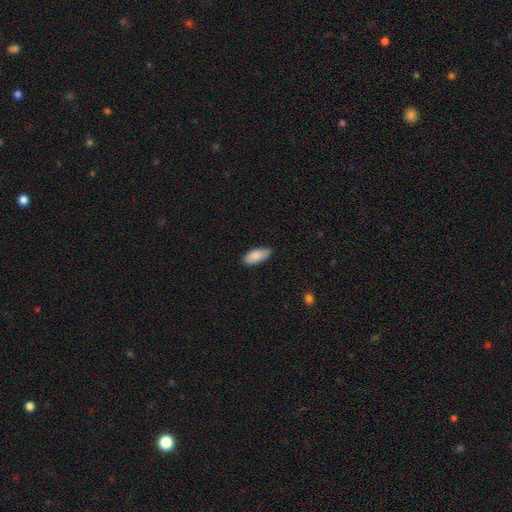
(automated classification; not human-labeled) smooth-or-featured: smooth: 88% | featured or disk: 6% | star or artifact: 6%
  how-rounded: in between: 87% | cigar-shaped: 11% | round: 2%
  merging: none: 79% | minor disturbance: 17% | major disturbance: 2% | merger: 1%